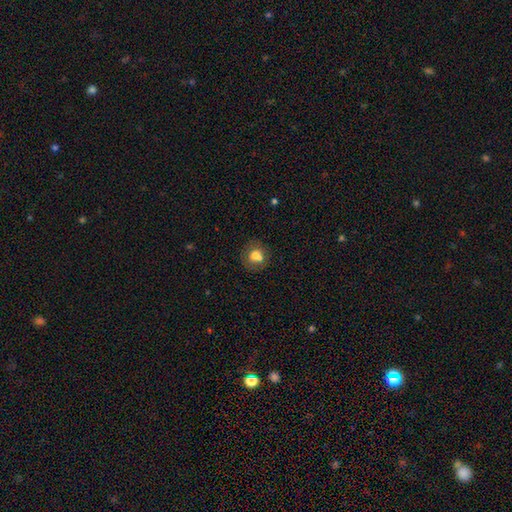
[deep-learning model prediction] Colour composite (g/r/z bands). It shows a smooth galaxy with no disk features (67%) that is round (79%). Merging: none (49%).